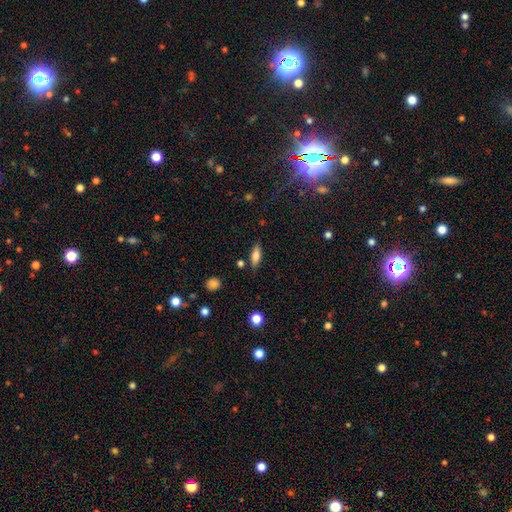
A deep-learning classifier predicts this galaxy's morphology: Overall: smooth (76%). How rounded: in between (64%; cigar-shaped 34%). Merging: none (81%).